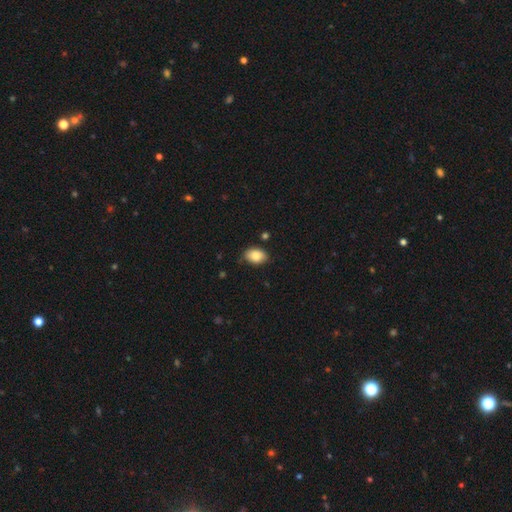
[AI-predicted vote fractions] Overall: smooth (83%). How rounded: in between (84%). Merging: none (77%).